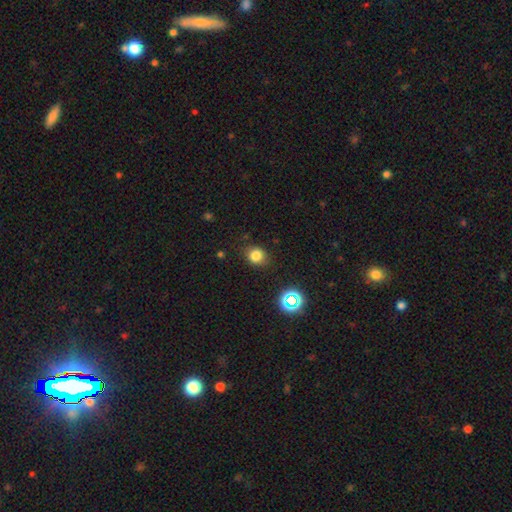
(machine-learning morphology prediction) This is likely a smooth galaxy (79%). How rounded: likely round (71%). Merging: clearly none (81%).